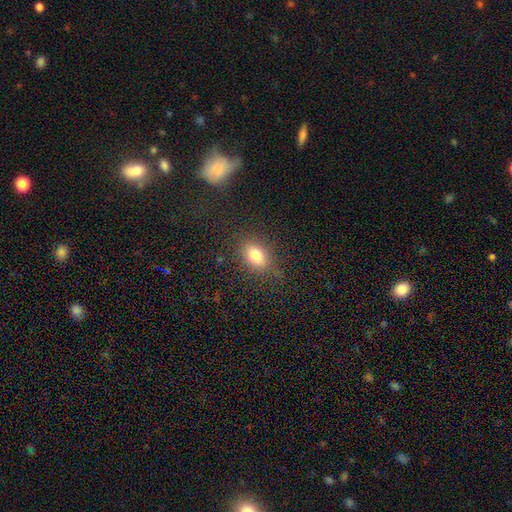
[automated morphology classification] smooth-or-featured: smooth: 79% | star or artifact: 12% | featured or disk: 9%
  how-rounded: in between: 76% | round: 21% | cigar-shaped: 3%
  merging: none: 81% | minor disturbance: 12% | major disturbance: 5% | merger: 1%